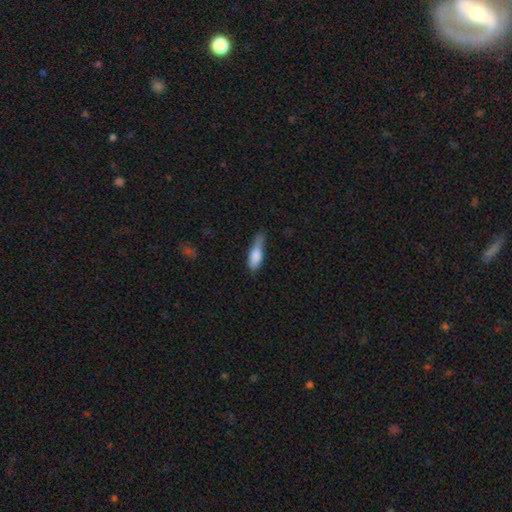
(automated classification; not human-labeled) This is clearly a smooth galaxy (80%). How rounded: possibly in between (53%). Merging: marginally minor disturbance (42%).